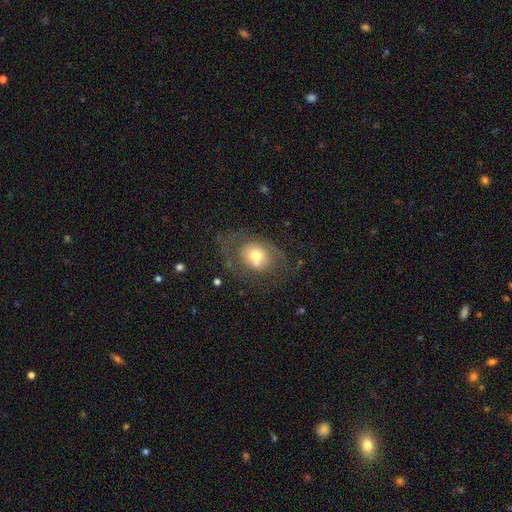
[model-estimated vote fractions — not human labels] smooth_or_featured: smooth (p=0.50) [alt: featured or disk p=0.40]
merging: none (p=0.48) [alt: minor disturbance p=0.22]